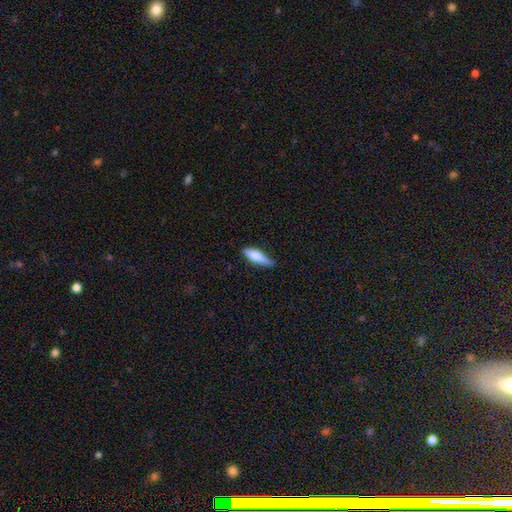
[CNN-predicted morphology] A smooth galaxy with no disk features (71%) that is cigar-shaped (52%). Merging: none (69%).